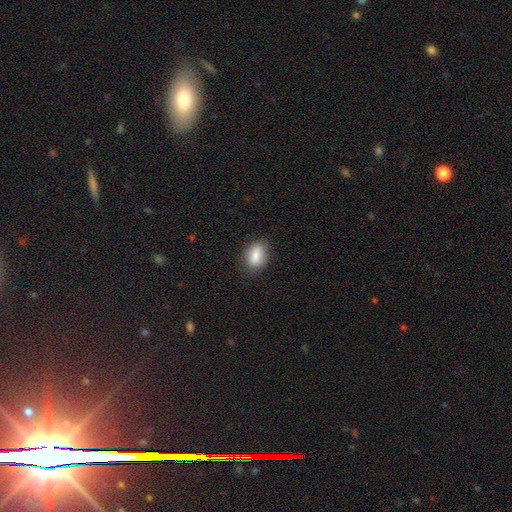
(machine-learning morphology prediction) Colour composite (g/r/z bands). It shows a smooth galaxy with no disk features (86%) that is in between round and cigar-shaped (86%). Merging: none (81%).